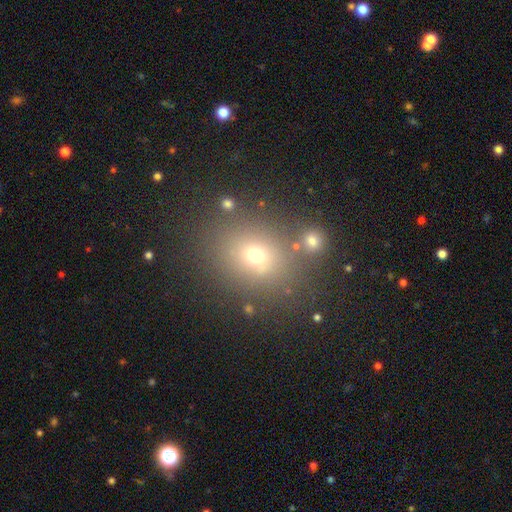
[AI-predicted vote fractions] Q: Smooth or featured?
A: smooth (65%); runner-up: star or artifact (23%)
Q: How rounded?
A: round (61%); runner-up: in between (38%)
Q: Merging?
A: none (76%); runner-up: minor disturbance (11%)